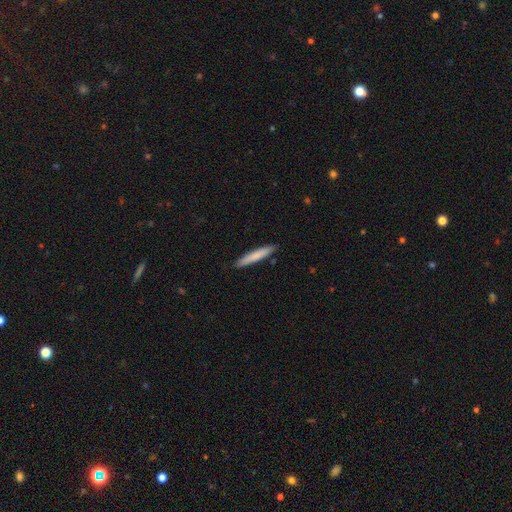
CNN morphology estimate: This is likely a smooth galaxy (77%). How rounded: clearly cigar-shaped (94%). Merging: clearly none (90%).